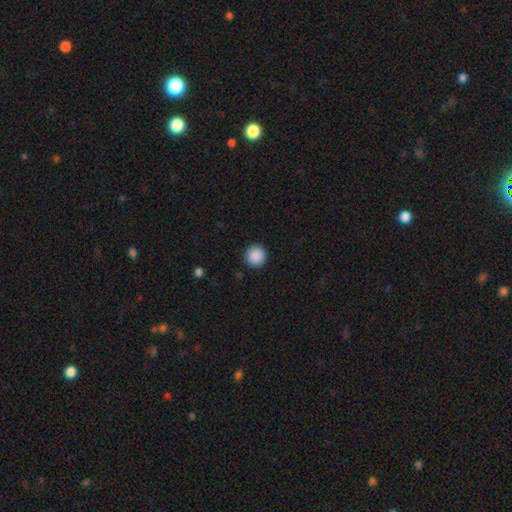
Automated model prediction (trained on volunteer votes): This appears to be a smooth galaxy with no disk features (89%) that is round (96%). Merging: none (93%).